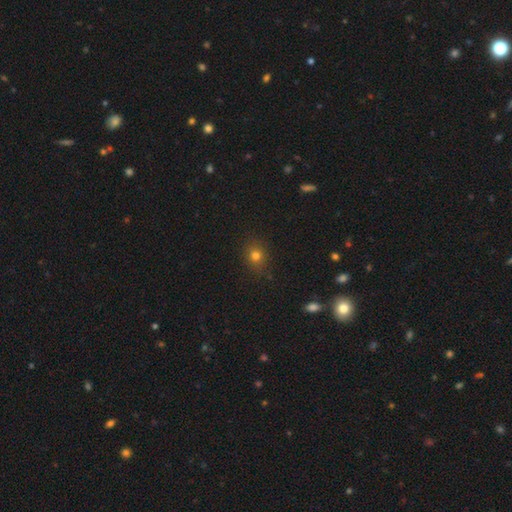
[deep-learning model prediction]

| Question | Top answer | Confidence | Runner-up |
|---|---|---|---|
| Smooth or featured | smooth | 76% | star or artifact (16%) |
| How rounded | round | 71% | in between (28%) |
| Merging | none | 85% | minor disturbance (10%) |